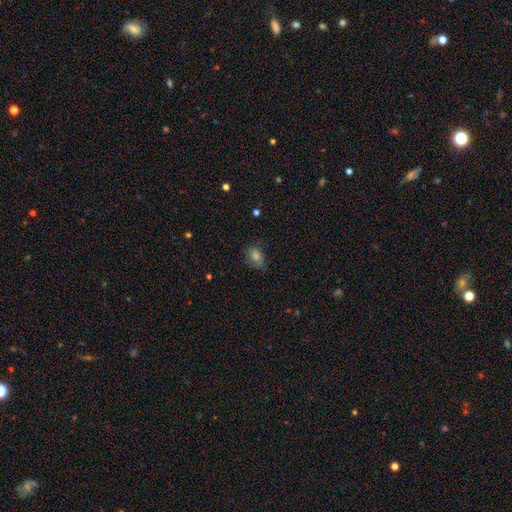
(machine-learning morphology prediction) smooth-or-featured: smooth: 68% | star or artifact: 19% | featured or disk: 14%
  how-rounded: in between: 62% | round: 36% | cigar-shaped: 2%
  merging: none: 67% | minor disturbance: 23% | major disturbance: 8% | merger: 2%